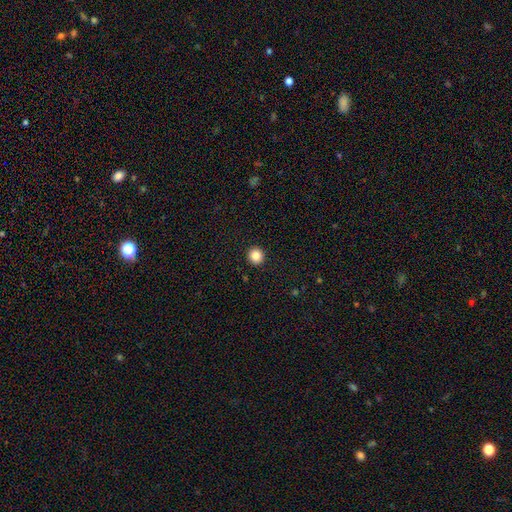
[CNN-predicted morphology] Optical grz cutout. It shows a smooth galaxy with no disk features (85%) that is round (94%). Merging: none (94%).